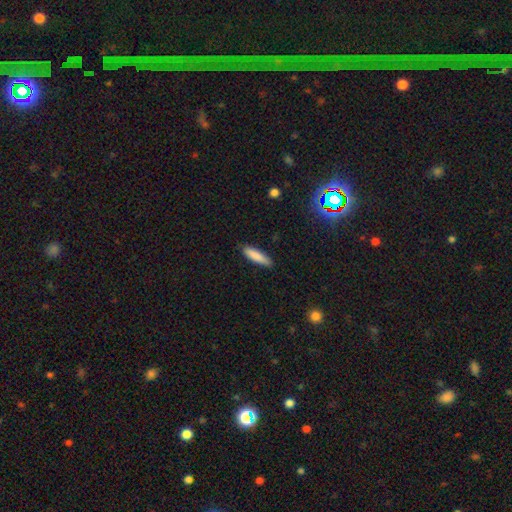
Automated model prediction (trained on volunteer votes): A smooth galaxy with no disk features (85%) that is cigar-shaped (74%). Merging: none (86%).